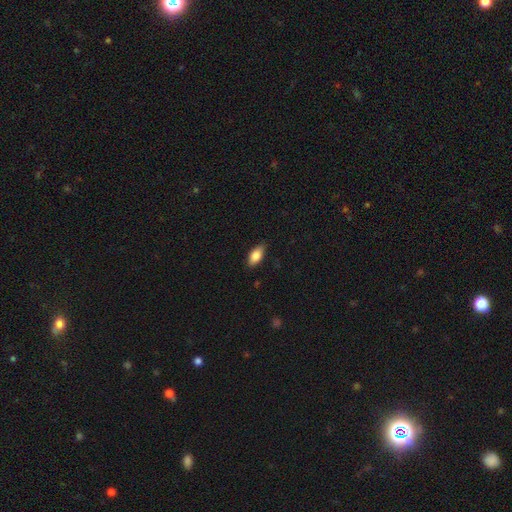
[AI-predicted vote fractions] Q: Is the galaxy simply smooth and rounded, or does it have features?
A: smooth — 85%.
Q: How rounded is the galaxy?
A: in between — 89%.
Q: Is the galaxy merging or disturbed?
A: none — 84%.